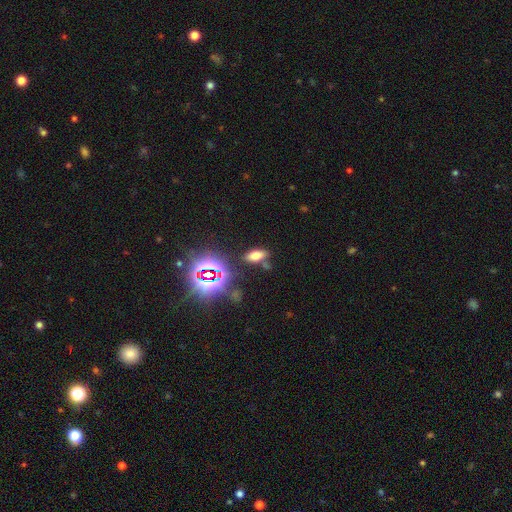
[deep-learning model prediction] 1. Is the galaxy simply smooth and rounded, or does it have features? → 60% smooth, 28% star or artifact, 12% featured or disk.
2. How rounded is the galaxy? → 79% in between, 15% cigar-shaped, 7% round.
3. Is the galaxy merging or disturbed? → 77% none, 11% minor disturbance, 7% merger, 4% major disturbance.